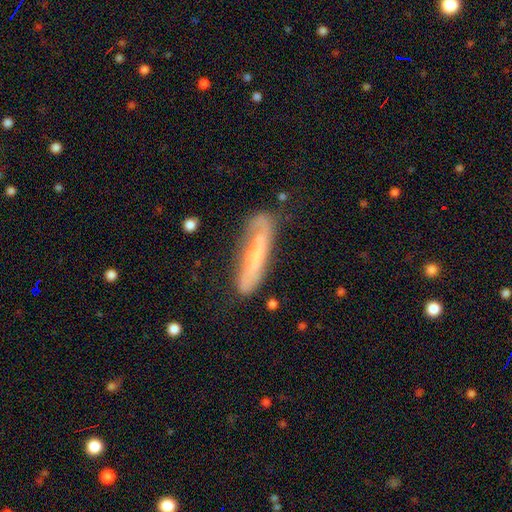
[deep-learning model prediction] featured or disk 50%, smooth 42%, star or artifact 7%. Down the decision tree: edge-on disk — yes (53%); merging — none (64%).